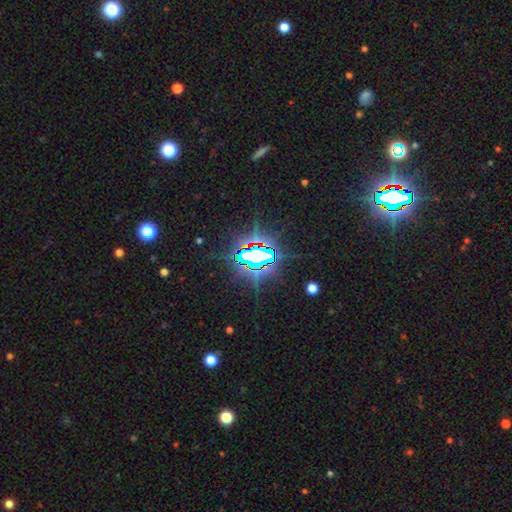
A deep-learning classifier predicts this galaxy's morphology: Smooth or featured?
  - star or artifact: 80% *
  - featured or disk: 11%
  - smooth: 10%